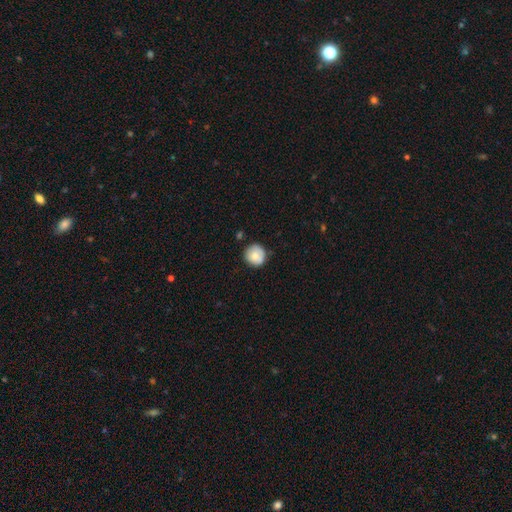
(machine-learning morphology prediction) This is likely a smooth galaxy (76%). How rounded: clearly round (92%). Merging: likely none (75%).